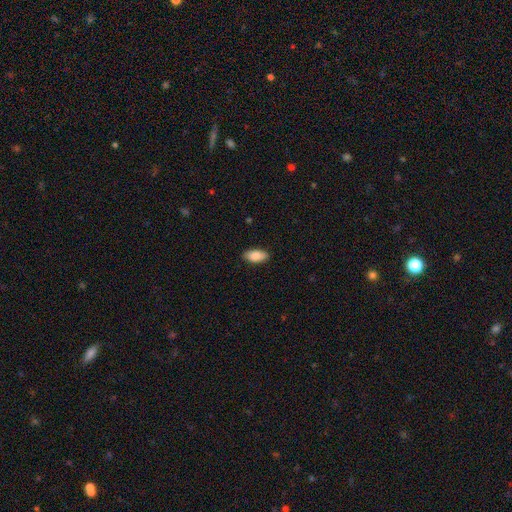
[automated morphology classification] Q: Smooth or featured?
A: smooth (88%); runner-up: star or artifact (6%)
Q: How rounded?
A: in between (93%); runner-up: cigar-shaped (5%)
Q: Merging?
A: none (88%); runner-up: minor disturbance (9%)